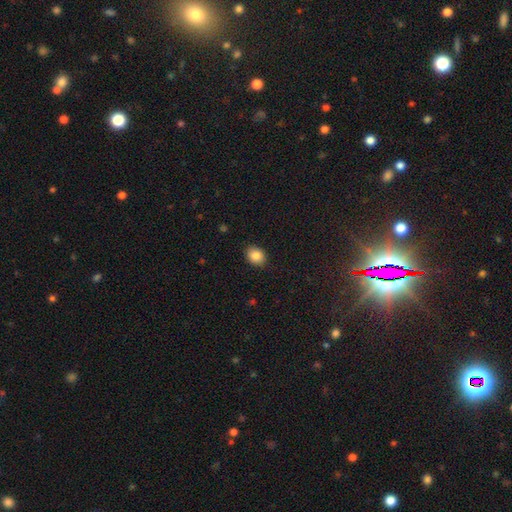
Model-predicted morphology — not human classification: Smooth or featured? smooth (87%)
How rounded? in between (54%)
Merging? none (89%)